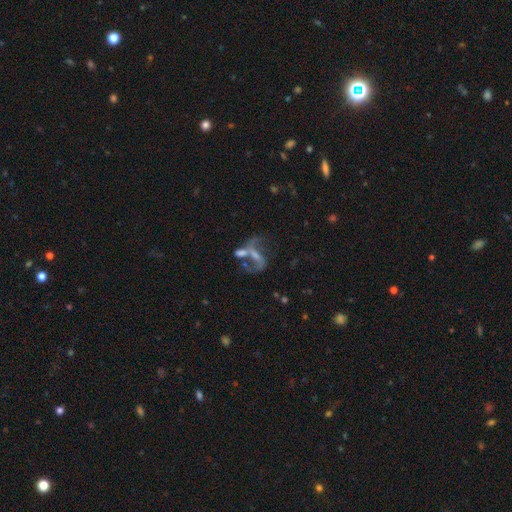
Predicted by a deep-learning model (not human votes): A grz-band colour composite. It shows a featured or disk galaxy (74%) with a weak bar (38%), 2 (80%) loose (78%) spiral arms (79%) and a small central bulge (39%). Merging: merger (37%).